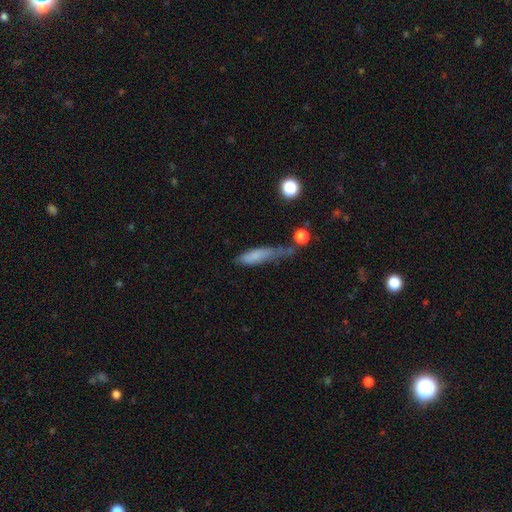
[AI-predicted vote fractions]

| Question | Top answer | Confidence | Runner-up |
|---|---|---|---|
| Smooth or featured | smooth | 73% | featured or disk (17%) |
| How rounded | cigar-shaped | 64% | in between (33%) |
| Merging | minor disturbance | 32% | none (31%) |